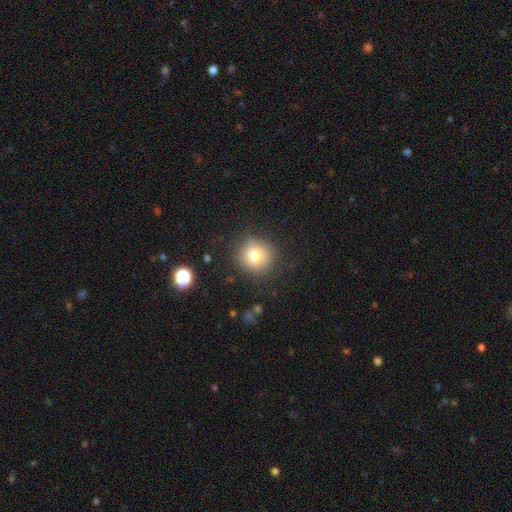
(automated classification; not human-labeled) smooth 76%, featured or disk 12%, star or artifact 12%. Down the decision tree: how rounded — round (92%); merging — none (83%).